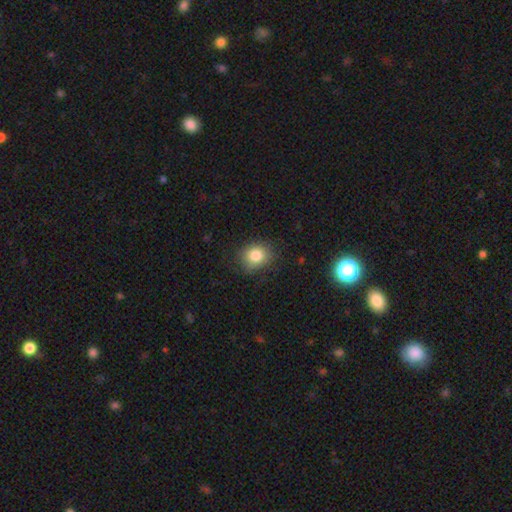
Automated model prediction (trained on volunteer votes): A smooth galaxy with no disk features (83%) that is round (58%). Merging: none (77%).